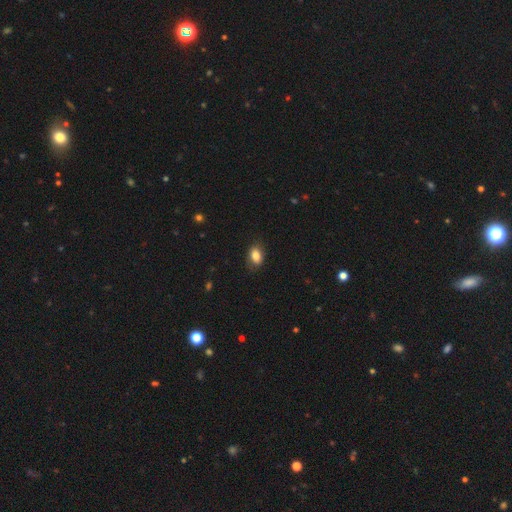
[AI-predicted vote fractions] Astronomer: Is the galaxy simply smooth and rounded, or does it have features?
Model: smooth — 83%.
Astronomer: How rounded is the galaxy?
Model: in between — 85%.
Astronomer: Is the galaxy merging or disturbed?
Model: none — 80%.